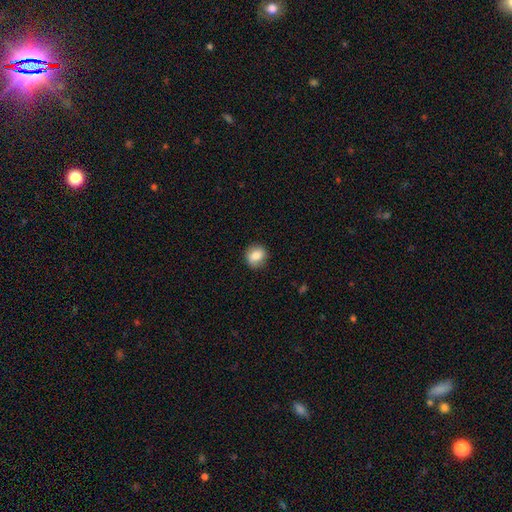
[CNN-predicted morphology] smooth-or-featured: smooth: 80% | featured or disk: 11% | star or artifact: 9%
  how-rounded: round: 81% | in between: 18% | cigar-shaped: 1%
  merging: none: 88% | minor disturbance: 9% | major disturbance: 2% | merger: 1%